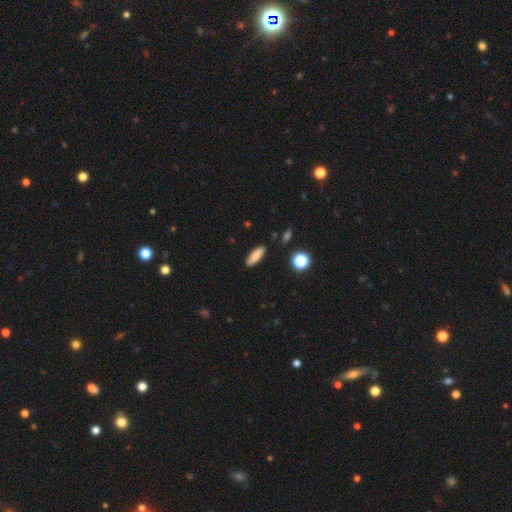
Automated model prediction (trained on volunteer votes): This is likely a smooth galaxy (79%). How rounded: likely in between (60%). Merging: clearly none (87%).